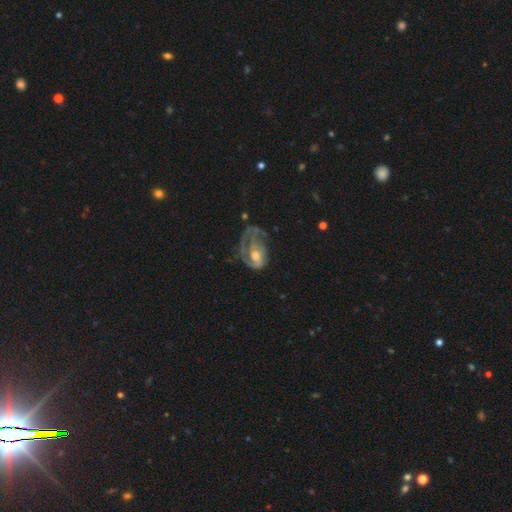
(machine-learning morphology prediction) type=featured or disk (75%); edge-on=no (96%); bar=no (62%); spiral arms=yes (83%); winding=tight (42%); arm count=1 (47%); bulge=moderate (58%); merging=major disturbance (44%).